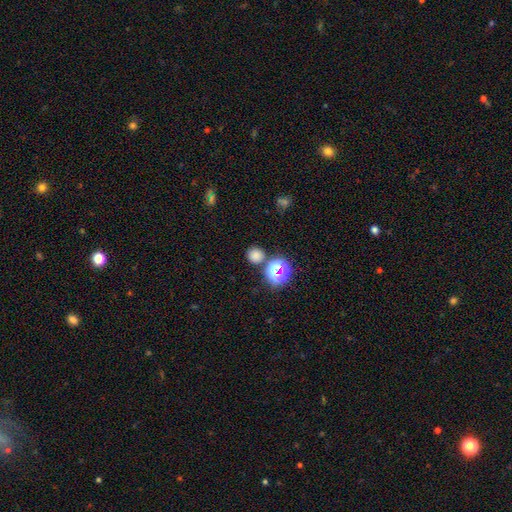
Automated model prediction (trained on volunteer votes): This appears to be a smooth galaxy with no disk features (73%) that is round (91%). Merging: none (80%).